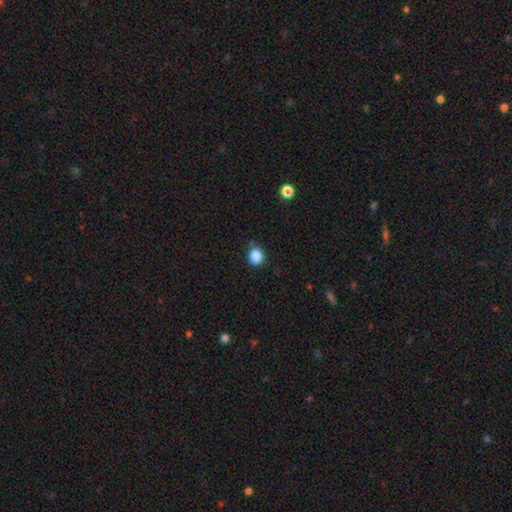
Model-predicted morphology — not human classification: smooth-or-featured: smooth: 85% | star or artifact: 11% | featured or disk: 4%
  how-rounded: round: 76% | in between: 23% | cigar-shaped: 1%
  merging: none: 76% | minor disturbance: 17% | major disturbance: 4% | merger: 3%